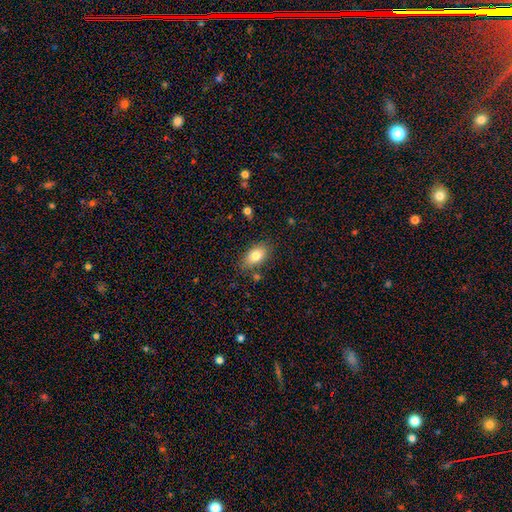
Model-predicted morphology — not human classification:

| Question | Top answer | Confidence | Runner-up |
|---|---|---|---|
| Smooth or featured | smooth | 81% | featured or disk (11%) |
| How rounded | in between | 90% | round (7%) |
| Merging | none | 80% | minor disturbance (14%) |